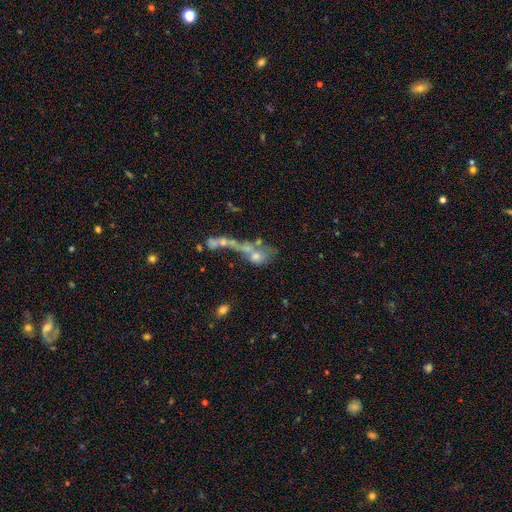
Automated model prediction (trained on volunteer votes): A featured or disk galaxy (45%).

Vote fractions:
- Smooth or featured? featured or disk: 45% / smooth: 37% / star or artifact: 18%
- Merging? merger: 51% / major disturbance: 22% / none: 18% / minor disturbance: 8%